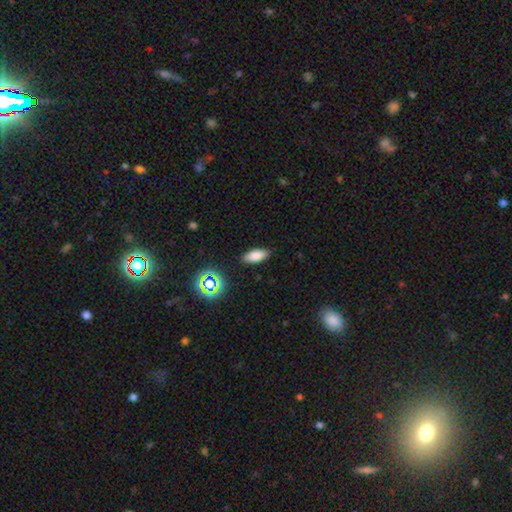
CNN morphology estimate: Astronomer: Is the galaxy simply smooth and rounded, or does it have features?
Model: smooth — 81%.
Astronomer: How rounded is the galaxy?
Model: in between — 83%.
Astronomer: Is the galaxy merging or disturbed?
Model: none — 87%.